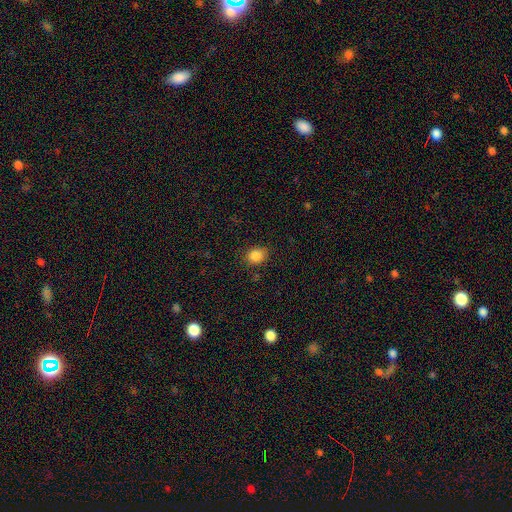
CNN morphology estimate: Smooth or featured: smooth — 86% (star or artifact — 10%)
How rounded: round — 56% (in between — 43%)
Merging: none — 83% (minor disturbance — 13%)